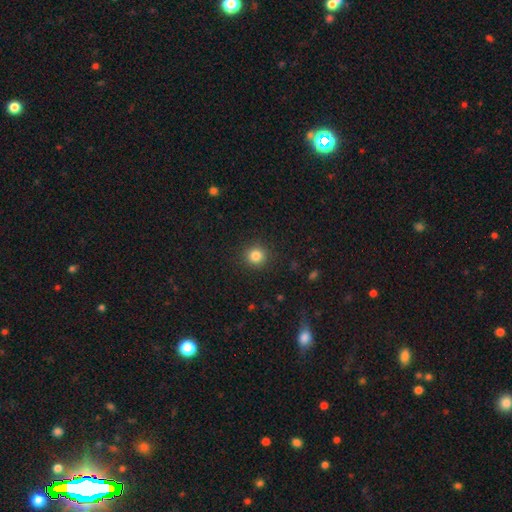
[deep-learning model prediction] A smooth galaxy with no disk features (84%) that is round (92%).

Vote fractions:
- Smooth or featured? smooth: 84% / star or artifact: 12% / featured or disk: 5%
- How rounded? round: 92% / in between: 7% / cigar-shaped: 1%
- Merging? none: 90% / minor disturbance: 6% / major disturbance: 2% / merger: 1%